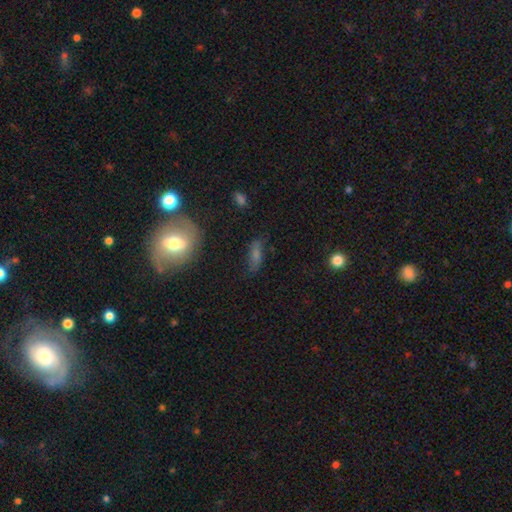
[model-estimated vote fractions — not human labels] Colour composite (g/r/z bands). It shows a smooth galaxy with no disk features (59%) that is in between round and cigar-shaped (58%). Merging: none (71%).